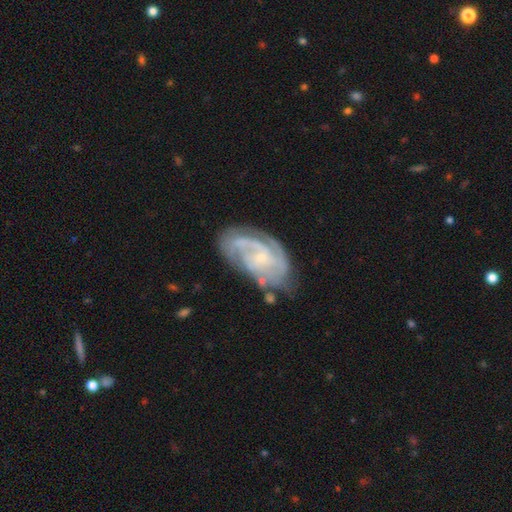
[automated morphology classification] Smooth or featured? featured or disk (73%)
Edge-on disk? no (95%)
Bar? no (57%)
Spiral arms? yes (88%)
Spiral winding? tight (51%)
Spiral arm count? can't tell (35%)
Bulge size? small (65%)
Merging? none (67%)